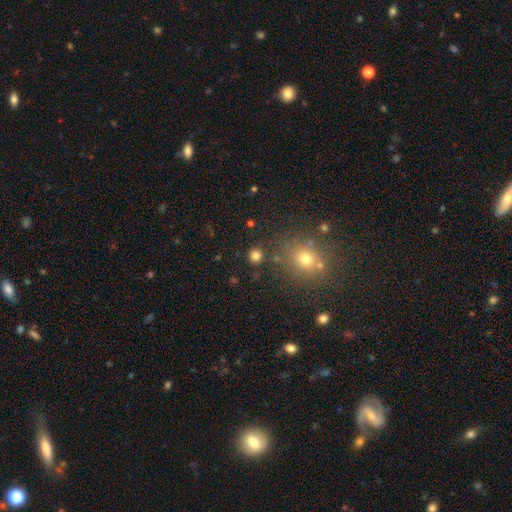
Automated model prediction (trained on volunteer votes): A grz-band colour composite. It shows a smooth galaxy with no disk features (78%) that is round (92%). Merging: none (85%).